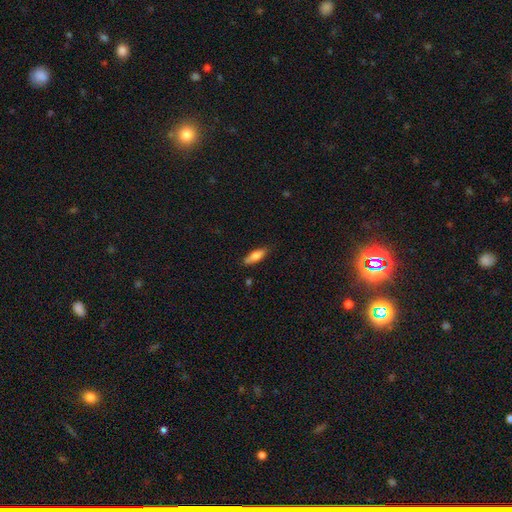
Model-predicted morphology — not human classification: This is likely a smooth galaxy (72%). How rounded: possibly in between (51%). Merging: clearly none (81%).